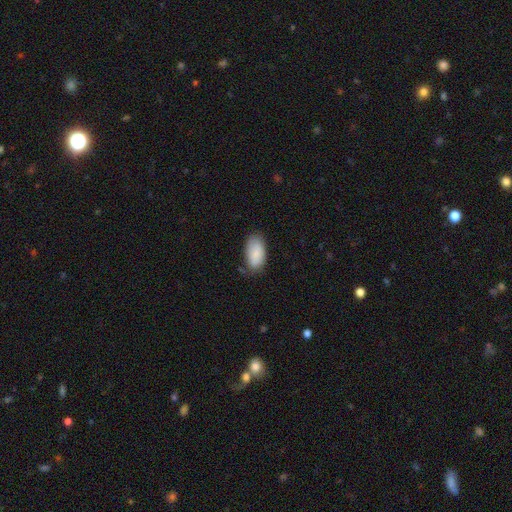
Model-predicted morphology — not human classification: This is clearly a smooth galaxy (86%). How rounded: clearly in between (94%). Merging: likely none (66%).